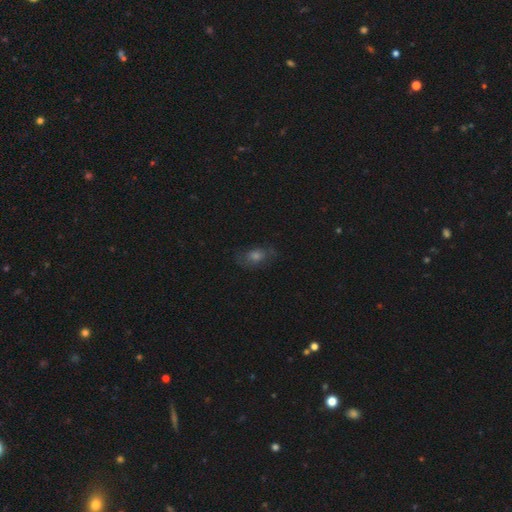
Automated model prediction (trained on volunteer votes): Overall: smooth (48%; featured or disk 29%). Merging: none (71%).